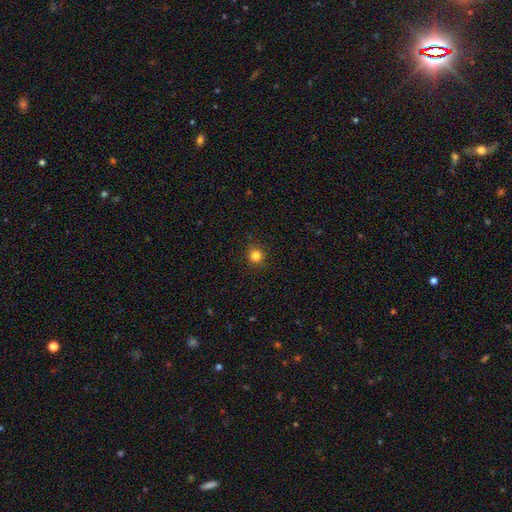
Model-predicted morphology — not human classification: Overall: smooth (83%). How rounded: round (93%). Merging: none (89%).